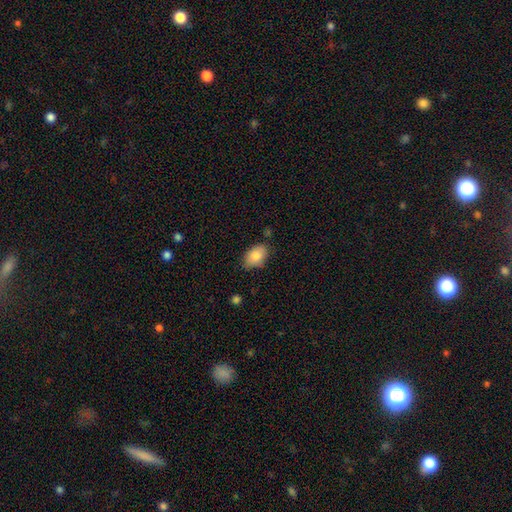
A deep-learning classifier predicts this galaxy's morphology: A smooth galaxy with no disk features (84%) that is in between round and cigar-shaped (87%). Merging: none (74%).